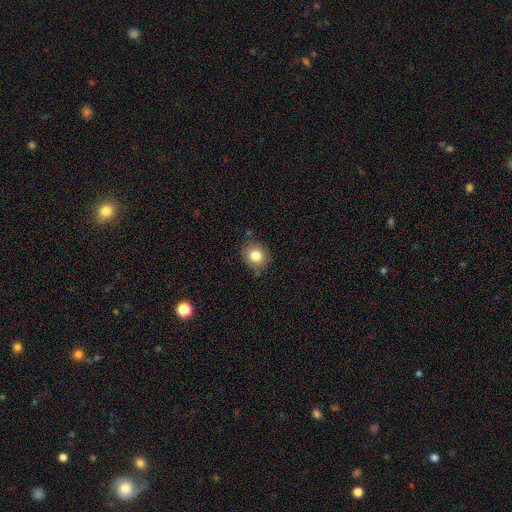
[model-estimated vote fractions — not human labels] The model was most divided on "how rounded": round: 79%, in between: 20%, cigar-shaped: 1%. More confident: smooth or featured — smooth (82%); merging — none (81%).